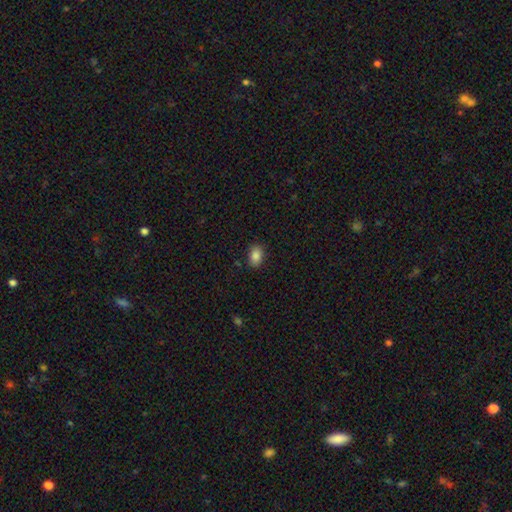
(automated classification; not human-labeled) Smooth or featured? Predicted: smooth (p=0.87). How rounded? Predicted: in between (p=0.83). Merging? Predicted: none (p=0.85).